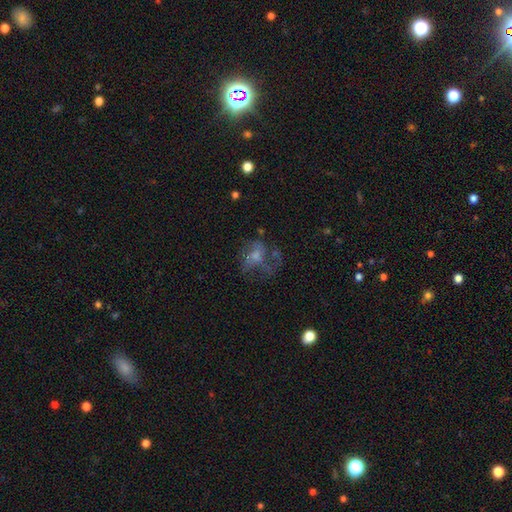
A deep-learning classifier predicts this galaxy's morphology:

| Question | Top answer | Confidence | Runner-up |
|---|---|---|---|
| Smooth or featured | featured or disk | 51% | smooth (29%) |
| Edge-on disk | no | 96% | yes (4%) |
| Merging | none | 44% | major disturbance (35%) |